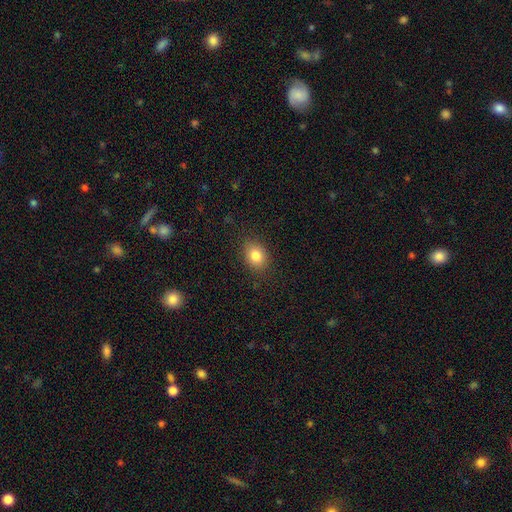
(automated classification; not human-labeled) Overall: smooth (83%). How rounded: in between (56%; round 43%). Merging: none (86%).